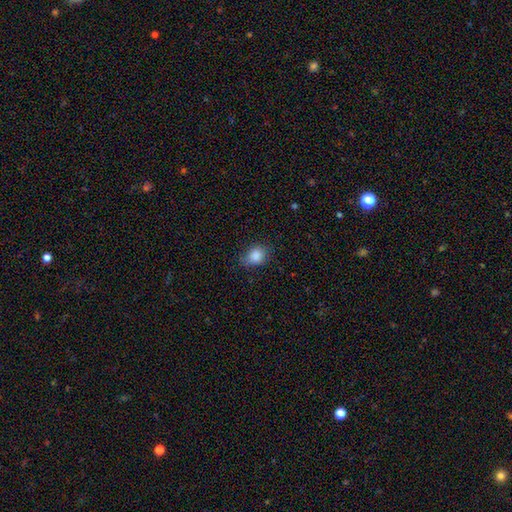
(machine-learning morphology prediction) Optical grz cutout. It shows a smooth galaxy with no disk features (85%) that is round (59%). Merging: none (69%).